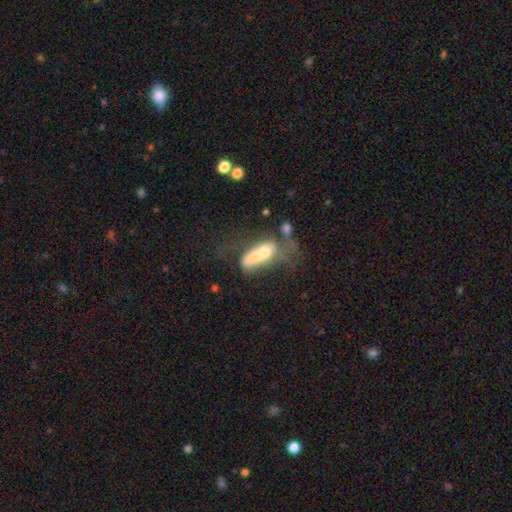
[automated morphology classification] A smooth galaxy with no disk features (47%).

Vote fractions:
- Smooth or featured? smooth: 47% / featured or disk: 43% / star or artifact: 10%
- Merging? merger: 64% / major disturbance: 17% / none: 11% / minor disturbance: 8%